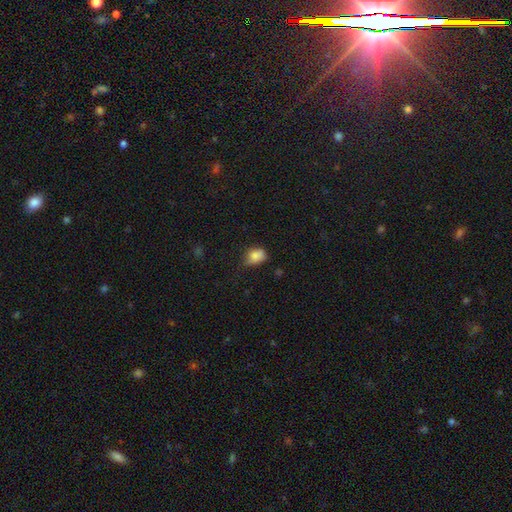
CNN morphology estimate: Overall: smooth (79%). How rounded: in between (67%; round 31%). Merging: none (44%; minor disturbance 39%).